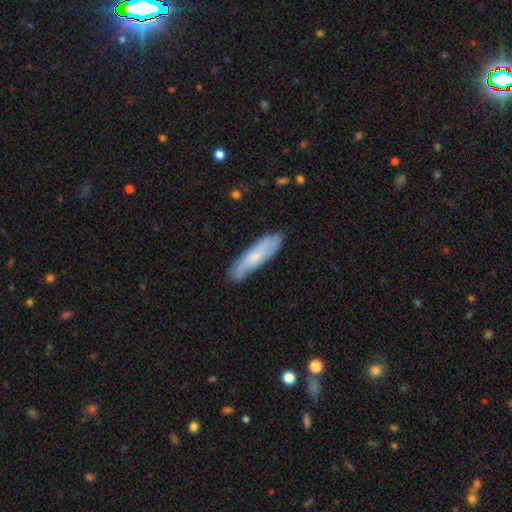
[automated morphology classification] Overall: smooth (60%; featured or disk 34%). How rounded: cigar-shaped (68%; in between 30%). Merging: none (75%).